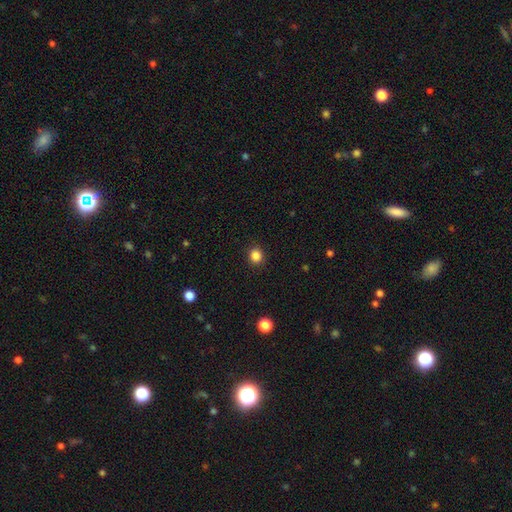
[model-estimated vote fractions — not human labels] Q: Smooth or featured?
A: smooth (84%); runner-up: star or artifact (12%)
Q: How rounded?
A: round (87%); runner-up: in between (12%)
Q: Merging?
A: none (91%); runner-up: minor disturbance (6%)